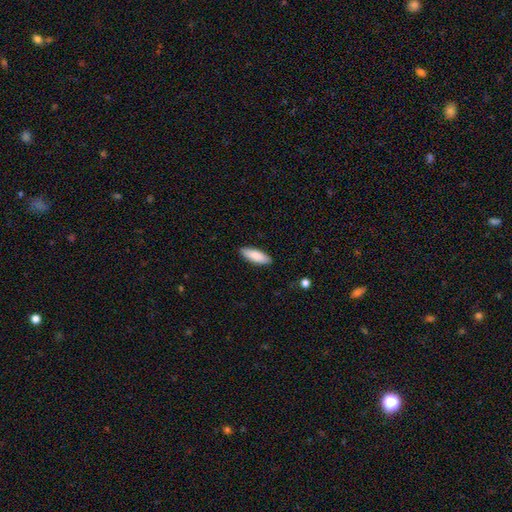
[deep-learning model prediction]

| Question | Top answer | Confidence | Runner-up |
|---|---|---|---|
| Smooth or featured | smooth | 86% | featured or disk (9%) |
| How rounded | in between | 62% | cigar-shaped (37%) |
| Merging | none | 89% | minor disturbance (9%) |